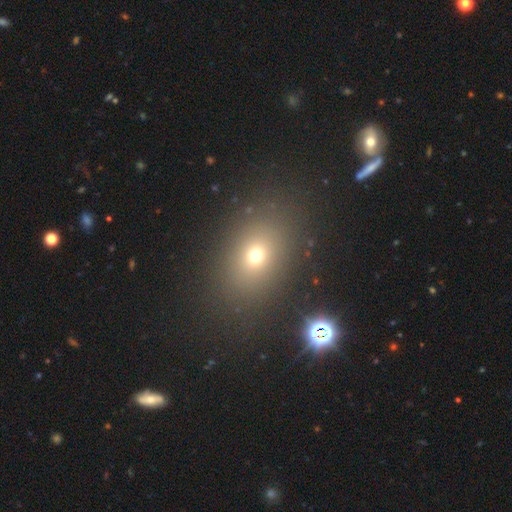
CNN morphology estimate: smooth 67%, star or artifact 21%, featured or disk 12%. Down the decision tree: how rounded — in between (59%); merging — none (82%).